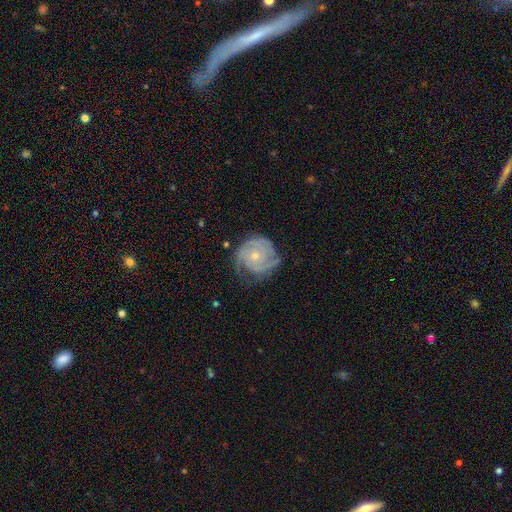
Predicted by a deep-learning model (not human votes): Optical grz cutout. It shows a featured or disk galaxy (82%) with no bar (79%), 2 (34%) tight (65%) spiral arms (95%) and a small central bulge (59%). Merging: none (65%).